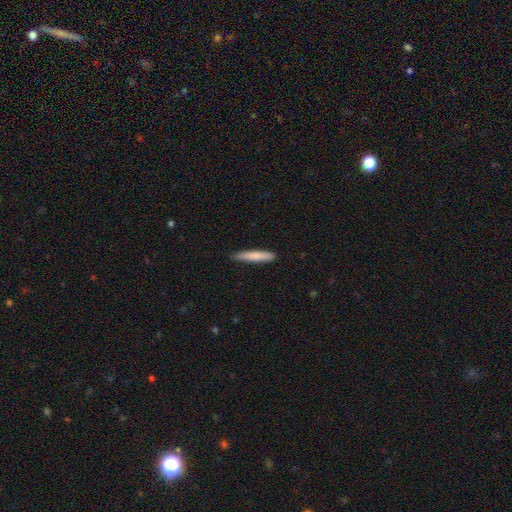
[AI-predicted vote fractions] Q: Smooth or featured?
A: smooth (79%); runner-up: featured or disk (15%)
Q: How rounded?
A: cigar-shaped (93%); runner-up: in between (6%)
Q: Merging?
A: none (87%); runner-up: minor disturbance (10%)